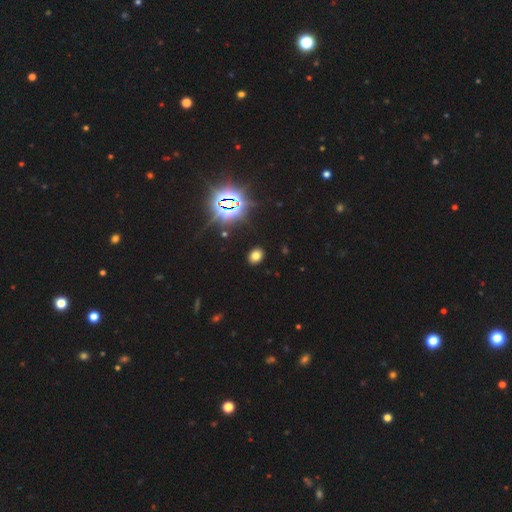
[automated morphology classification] type=smooth (67%); roundness=in between (62%); merging=none (89%).